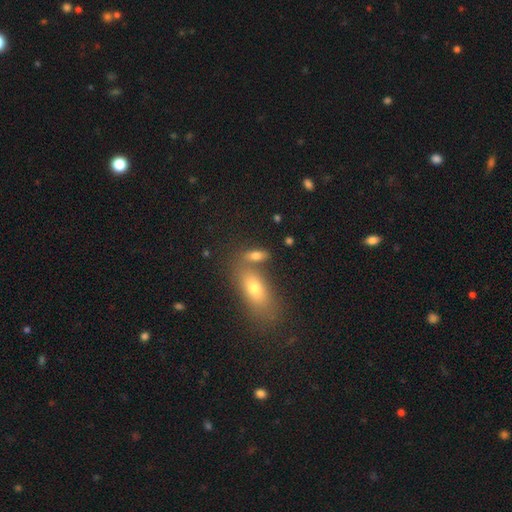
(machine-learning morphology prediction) smooth-or-featured: smooth: 73% | featured or disk: 16% | star or artifact: 10%
  how-rounded: in between: 73% | cigar-shaped: 19% | round: 8%
  merging: none: 58% | merger: 25% | minor disturbance: 11% | major disturbance: 5%